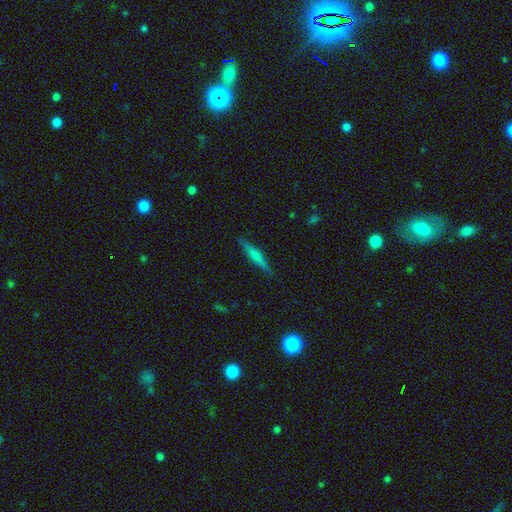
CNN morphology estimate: A smooth galaxy with no disk features (55%) that is cigar-shaped (90%).

Vote fractions:
- Smooth or featured? smooth: 55% / featured or disk: 38% / star or artifact: 7%
- How rounded? cigar-shaped: 90% / in between: 8% / round: 2%
- Merging? none: 87% / minor disturbance: 9% / major disturbance: 2% / merger: 1%